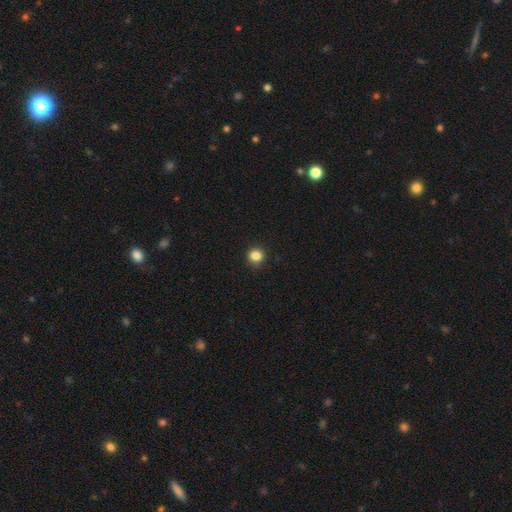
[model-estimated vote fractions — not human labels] Smooth or featured?
  - smooth: 85% *
  - star or artifact: 12%
  - featured or disk: 4%
How rounded?
  - round: 92% *
  - in between: 7%
  - cigar-shaped: 1%
Merging?
  - none: 91% *
  - minor disturbance: 7%
  - major disturbance: 2%
  - merger: 1%